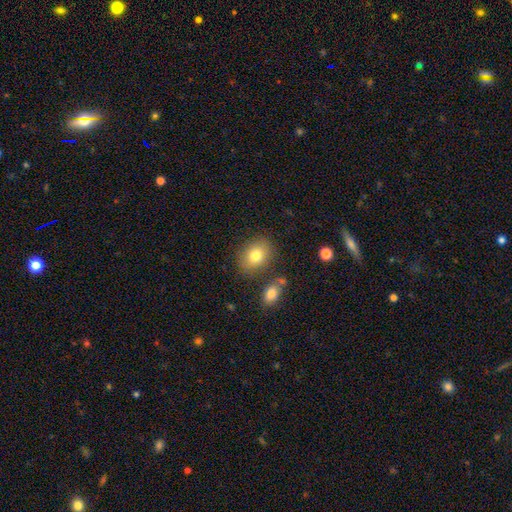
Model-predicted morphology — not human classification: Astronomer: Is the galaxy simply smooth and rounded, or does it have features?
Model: smooth — 79%.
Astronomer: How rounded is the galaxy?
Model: in between — 64%.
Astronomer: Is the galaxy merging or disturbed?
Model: none — 78%.